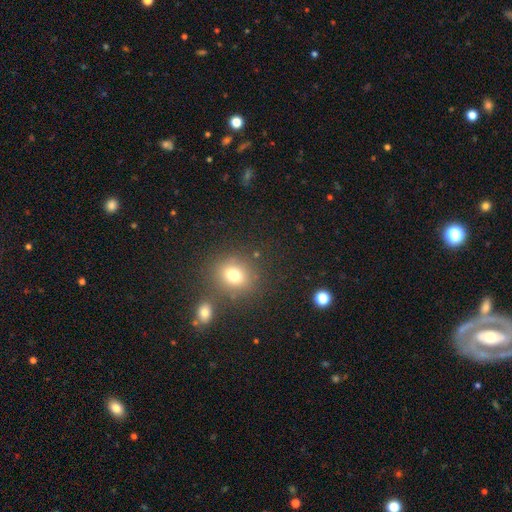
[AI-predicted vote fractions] smooth-or-featured: smooth: 63% | star or artifact: 27% | featured or disk: 10%
  how-rounded: round: 76% | in between: 23% | cigar-shaped: 1%
  merging: none: 76% | merger: 12% | minor disturbance: 9% | major disturbance: 3%